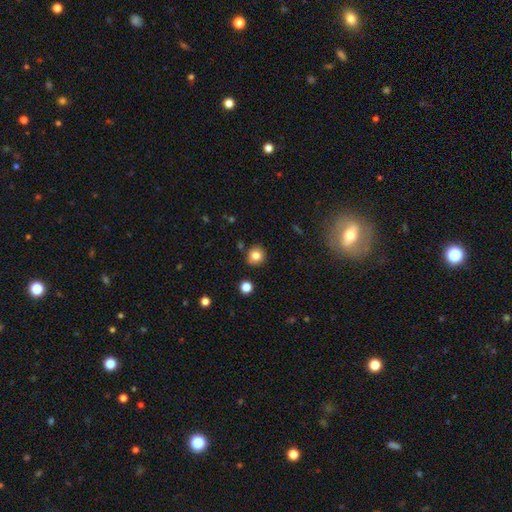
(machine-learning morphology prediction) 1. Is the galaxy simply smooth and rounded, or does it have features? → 81% smooth, 11% star or artifact, 7% featured or disk.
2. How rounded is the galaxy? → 89% round, 10% in between, 1% cigar-shaped.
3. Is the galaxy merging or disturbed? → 87% none, 9% minor disturbance, 3% merger, 2% major disturbance.